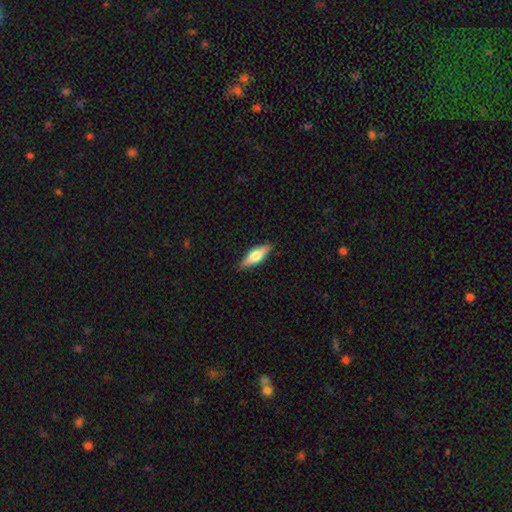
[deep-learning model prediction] smooth 49%, featured or disk 45%, star or artifact 6%. Down the decision tree: merging — none (88%).